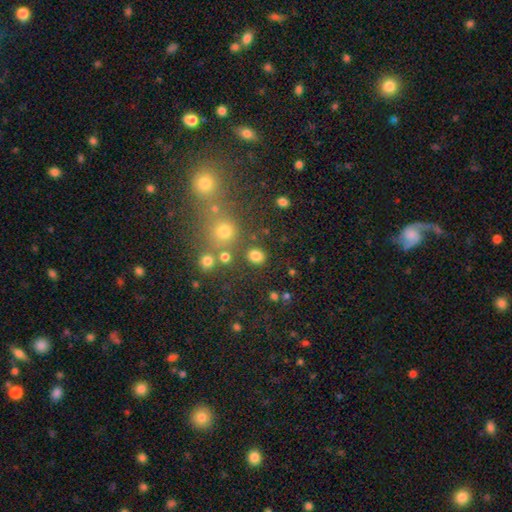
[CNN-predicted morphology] A smooth galaxy with no disk features (79%) that is round (75%).

Vote fractions:
- Smooth or featured? smooth: 79% / star or artifact: 15% / featured or disk: 5%
- How rounded? round: 75% / in between: 24% / cigar-shaped: 1%
- Merging? none: 83% / minor disturbance: 8% / merger: 6% / major disturbance: 3%